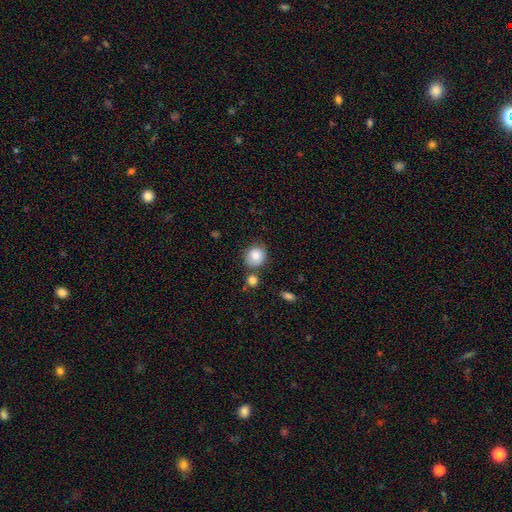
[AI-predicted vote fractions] The model was most divided on "merging": none: 68%, minor disturbance: 17%, merger: 10%, major disturbance: 4%. More confident: smooth or featured — smooth (83%); how rounded — round (82%).